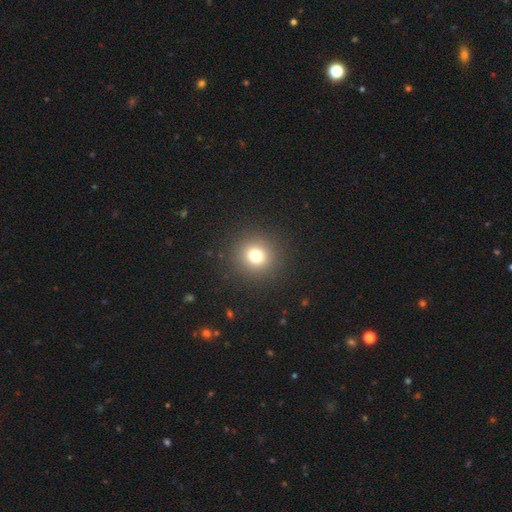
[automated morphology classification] This appears to be a smooth galaxy with no disk features (76%) that is round (90%). Merging: none (91%).